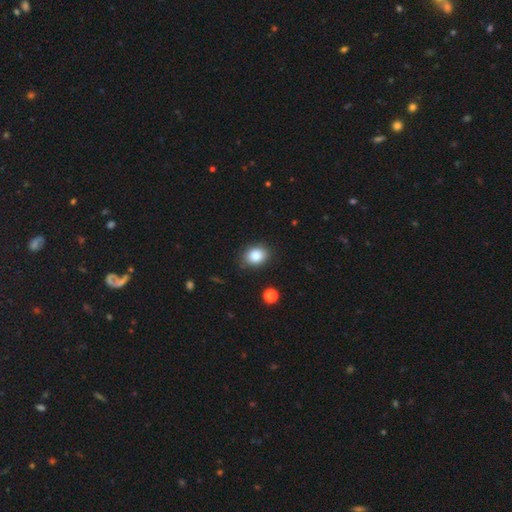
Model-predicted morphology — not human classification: type=smooth (86%); roundness=in between (54%); merging=none (83%).